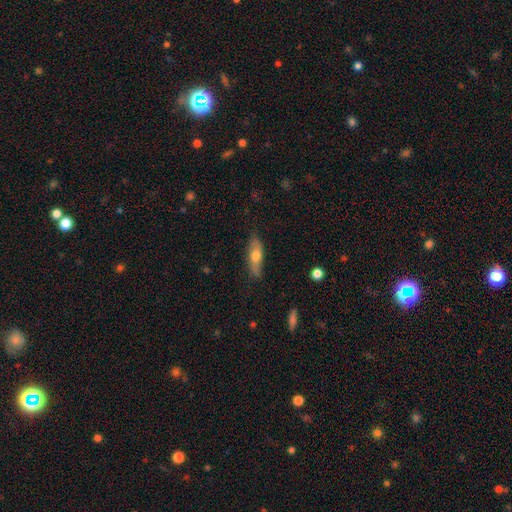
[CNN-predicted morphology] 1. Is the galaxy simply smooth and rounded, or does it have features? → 56% smooth, 38% featured or disk, 6% star or artifact.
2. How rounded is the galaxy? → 49% cigar-shaped, 47% in between, 3% round.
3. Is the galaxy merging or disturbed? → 79% none, 17% minor disturbance, 3% major disturbance, 1% merger.